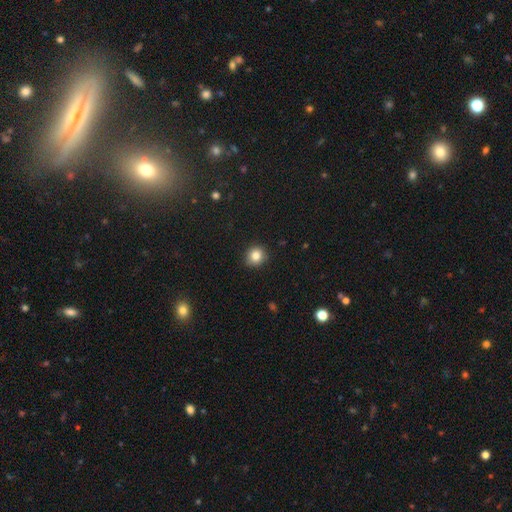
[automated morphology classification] smooth 83%, star or artifact 11%, featured or disk 6%. Down the decision tree: how rounded — round (89%); merging — none (88%).